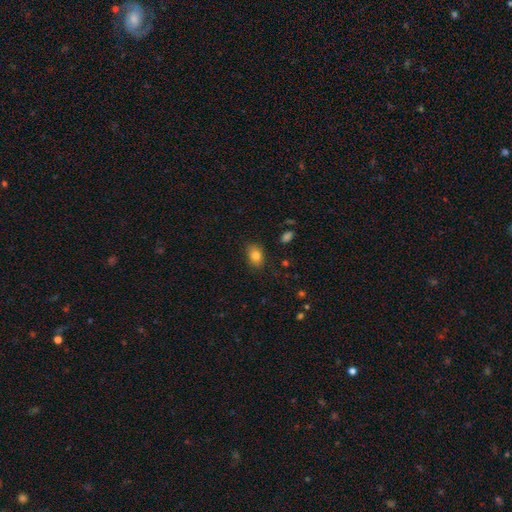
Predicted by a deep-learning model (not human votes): Smooth or featured: smooth — 82% (featured or disk — 9%)
How rounded: in between — 79% (round — 19%)
Merging: none — 83% (minor disturbance — 13%)